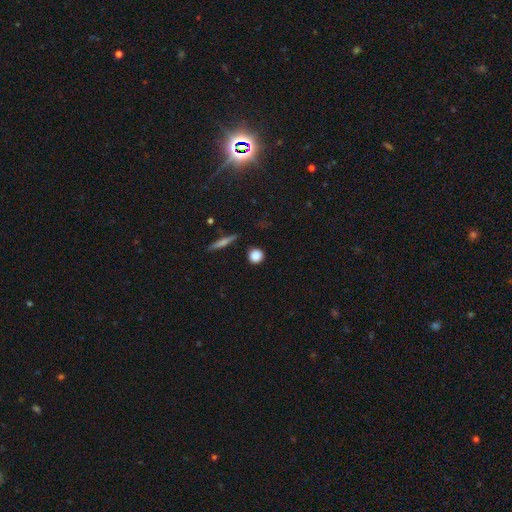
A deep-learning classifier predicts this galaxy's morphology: smooth-or-featured: smooth: 85% | star or artifact: 9% | featured or disk: 5%
  how-rounded: round: 92% | in between: 6% | cigar-shaped: 3%
  merging: none: 88% | minor disturbance: 7% | major disturbance: 2% | merger: 2%